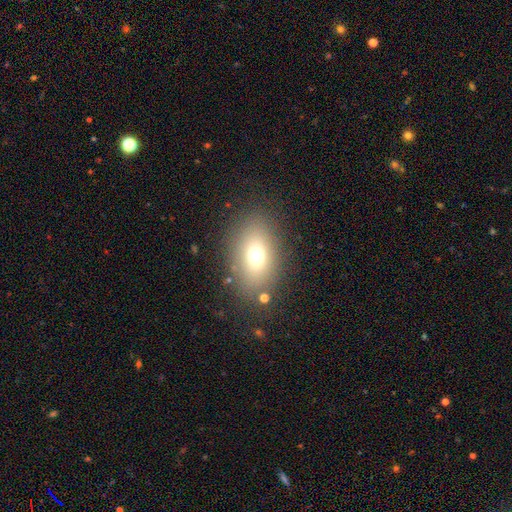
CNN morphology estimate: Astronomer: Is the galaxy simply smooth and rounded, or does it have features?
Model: smooth — 71%.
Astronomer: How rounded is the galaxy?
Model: in between — 83%.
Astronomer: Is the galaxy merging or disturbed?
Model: none — 82%.